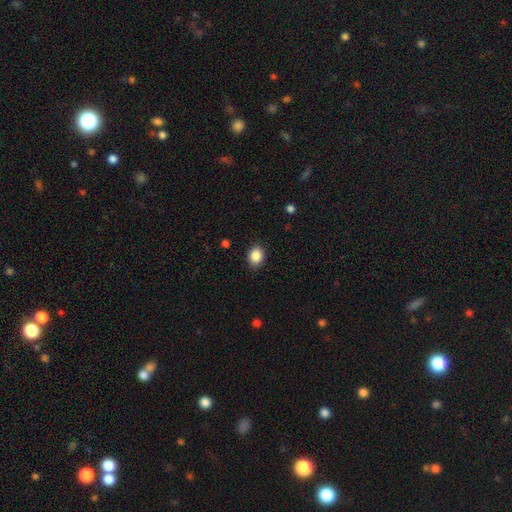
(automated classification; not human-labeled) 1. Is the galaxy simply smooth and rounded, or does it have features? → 87% smooth, 9% star or artifact, 4% featured or disk.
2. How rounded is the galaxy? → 51% round, 48% in between, 1% cigar-shaped.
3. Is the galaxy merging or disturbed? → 88% none, 9% minor disturbance, 2% major disturbance, 1% merger.